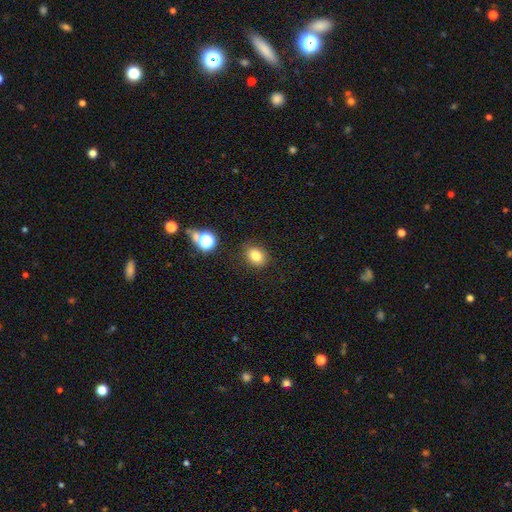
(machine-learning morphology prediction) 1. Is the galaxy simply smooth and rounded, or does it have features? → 80% smooth, 13% star or artifact, 7% featured or disk.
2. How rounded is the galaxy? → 50% round, 49% in between, 1% cigar-shaped.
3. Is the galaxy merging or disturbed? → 84% none, 11% minor disturbance, 3% major disturbance, 2% merger.